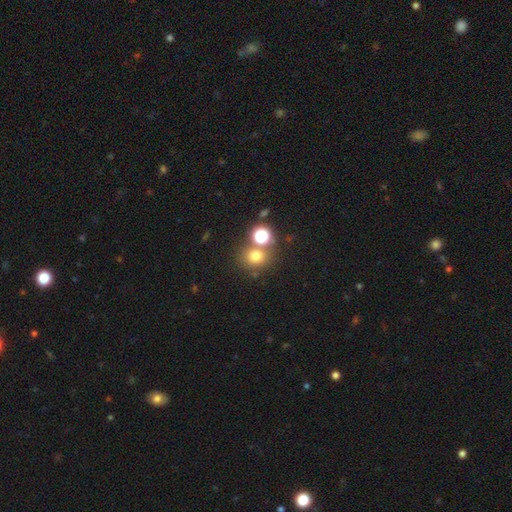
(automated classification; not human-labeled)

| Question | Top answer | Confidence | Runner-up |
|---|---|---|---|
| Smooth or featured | smooth | 71% | star or artifact (21%) |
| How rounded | round | 81% | in between (18%) |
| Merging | none | 64% | merger (23%) |